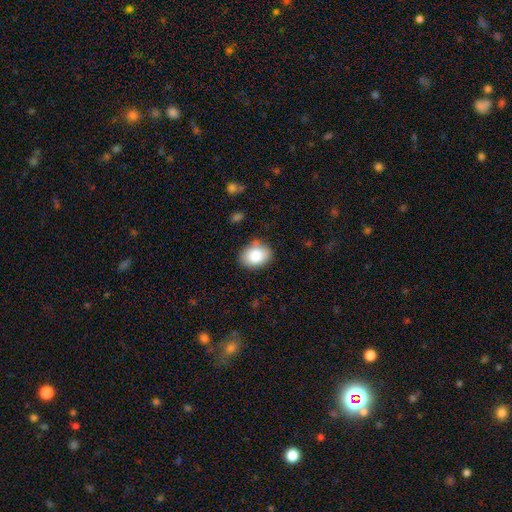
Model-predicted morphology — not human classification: The model was most divided on "how rounded": in between: 66%, round: 33%, cigar-shaped: 1%. More confident: smooth or featured — smooth (85%); merging — none (80%).